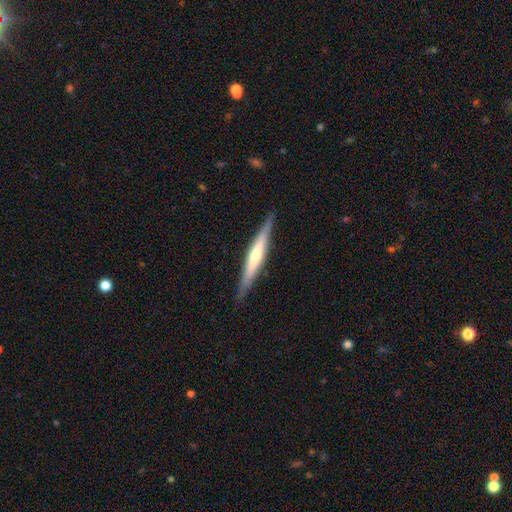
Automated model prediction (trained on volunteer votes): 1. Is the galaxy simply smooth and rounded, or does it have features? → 63% featured or disk, 31% smooth, 5% star or artifact.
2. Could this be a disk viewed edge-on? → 97% yes, 3% no.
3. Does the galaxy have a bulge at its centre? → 68% rounded, 22% none, 11% boxy.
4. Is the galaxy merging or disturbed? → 90% none, 8% minor disturbance, 1% major disturbance, 1% merger.